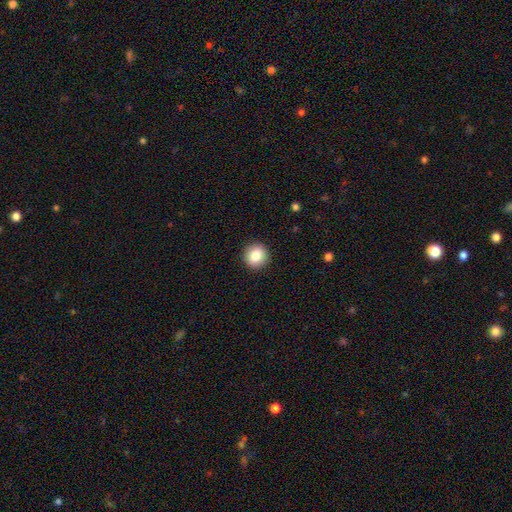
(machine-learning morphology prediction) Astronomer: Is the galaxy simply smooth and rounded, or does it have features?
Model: smooth — 85%.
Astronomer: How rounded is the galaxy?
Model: round — 90%.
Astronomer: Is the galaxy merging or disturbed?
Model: none — 92%.